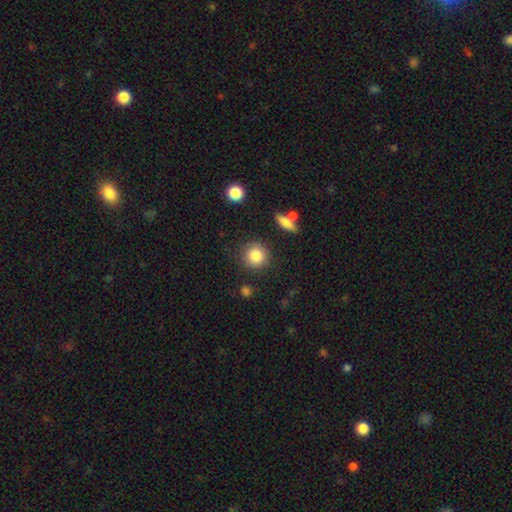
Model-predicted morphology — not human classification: type=smooth (85%); roundness=round (90%); merging=none (84%).